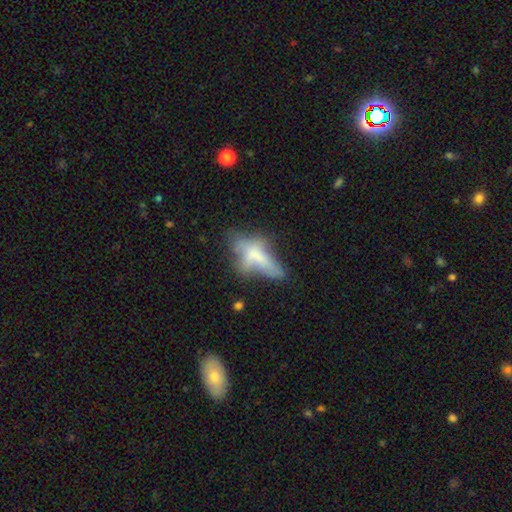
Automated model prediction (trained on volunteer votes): smooth_or_featured: smooth (p=0.50) [alt: featured or disk p=0.37]
how_rounded: in between (p=0.64) [alt: cigar-shaped p=0.30]
merging: major disturbance (p=0.33) [alt: none p=0.29]